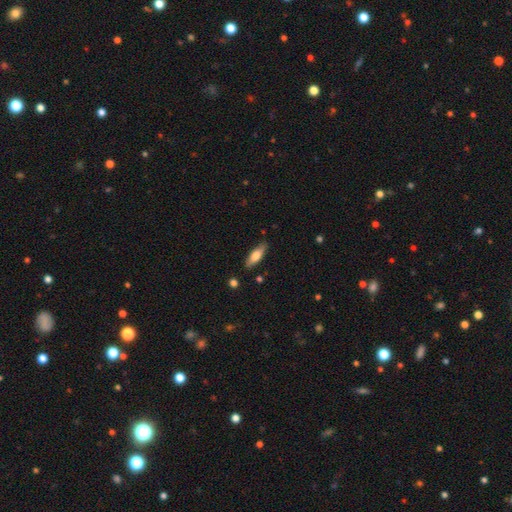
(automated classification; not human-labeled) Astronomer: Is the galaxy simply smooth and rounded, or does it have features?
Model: smooth — 67%.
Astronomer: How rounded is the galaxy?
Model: in between — 53% (runner-up: cigar-shaped, 45%).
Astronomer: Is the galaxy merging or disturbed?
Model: none — 82%.